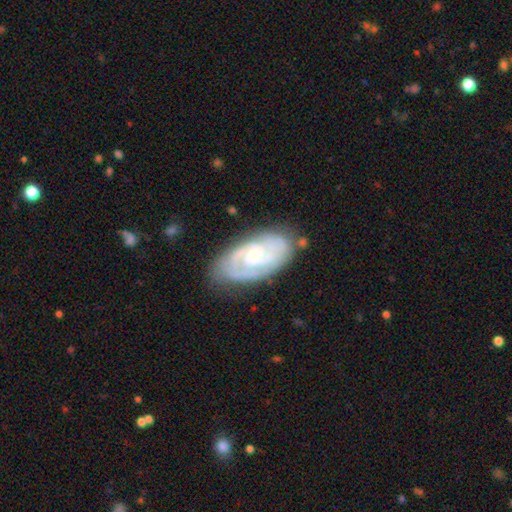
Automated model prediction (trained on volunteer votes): Smooth or featured? featured or disk (85%)
Edge-on disk? no (96%)
Bar? no (47%)
Spiral arms? yes (96%)
Spiral winding? tight (66%)
Spiral arm count? 2 (64%)
Bulge size? small (53%)
Merging? none (77%)